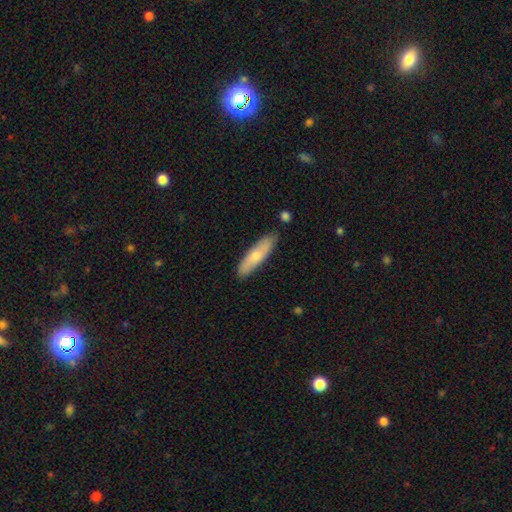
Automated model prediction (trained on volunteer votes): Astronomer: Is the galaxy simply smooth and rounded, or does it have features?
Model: smooth — 68%.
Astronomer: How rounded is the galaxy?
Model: cigar-shaped — 71%.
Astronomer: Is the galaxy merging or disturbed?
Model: none — 83%.